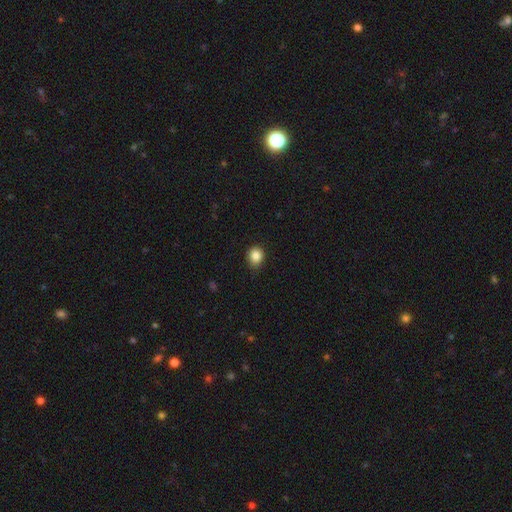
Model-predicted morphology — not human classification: Smooth or featured? smooth (86%)
How rounded? round (69%)
Merging? none (78%)